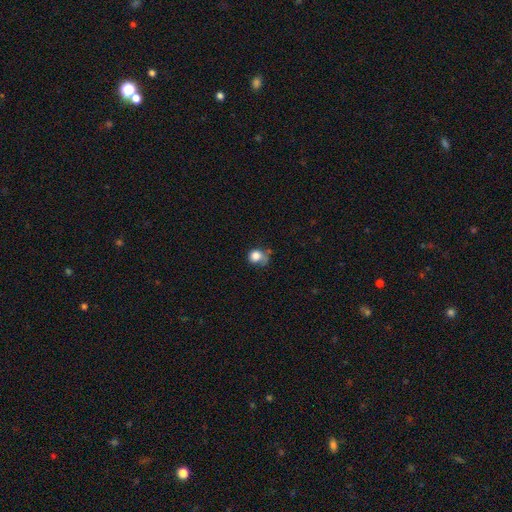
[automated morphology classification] smooth_or_featured: smooth (p=0.80) [alt: featured or disk p=0.10]
how_rounded: round (p=0.76) [alt: in between p=0.24]
merging: none (p=0.40) [alt: minor disturbance p=0.31]